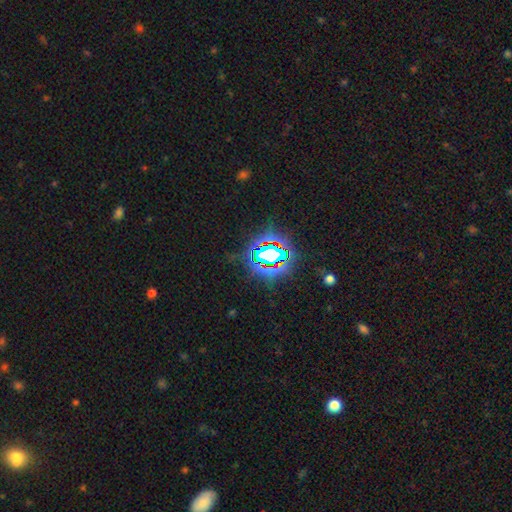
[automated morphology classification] This is likely a star or artifact rather than a galaxy (73%).